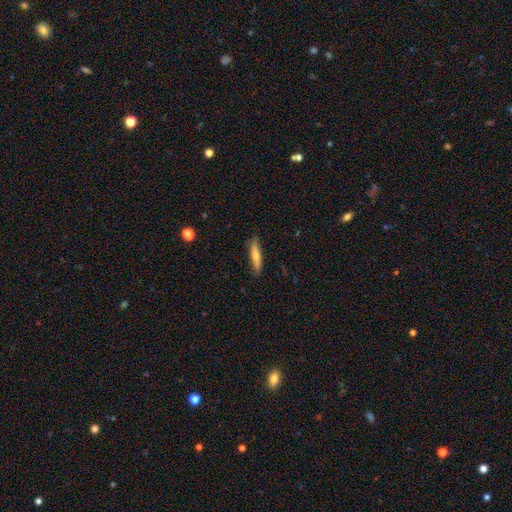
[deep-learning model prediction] This appears to be a smooth galaxy with no disk features (58%) that is cigar-shaped (83%). Merging: none (86%).